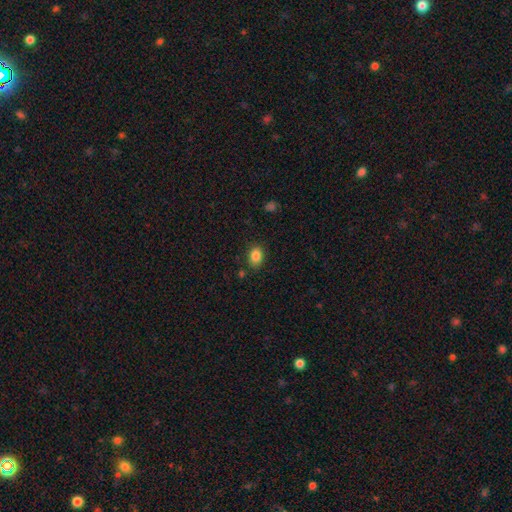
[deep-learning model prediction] This appears to be a smooth galaxy with no disk features (86%) that is in between round and cigar-shaped (67%). Merging: none (83%).